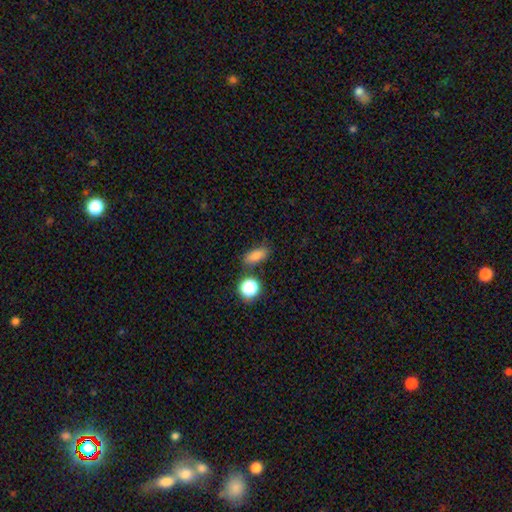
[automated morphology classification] Smooth or featured? smooth (82%)
How rounded? in between (74%)
Merging? none (77%)